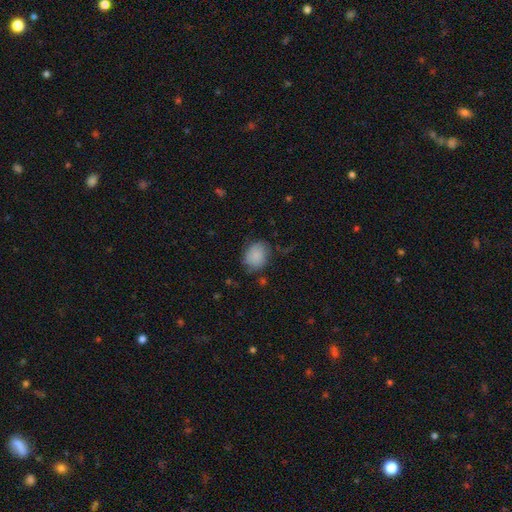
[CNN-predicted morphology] Smooth or featured?
  - smooth: 85% *
  - star or artifact: 8%
  - featured or disk: 7%
How rounded?
  - round: 51% *
  - in between: 48%
  - cigar-shaped: 1%
Merging?
  - none: 70% *
  - minor disturbance: 22%
  - major disturbance: 6%
  - merger: 2%